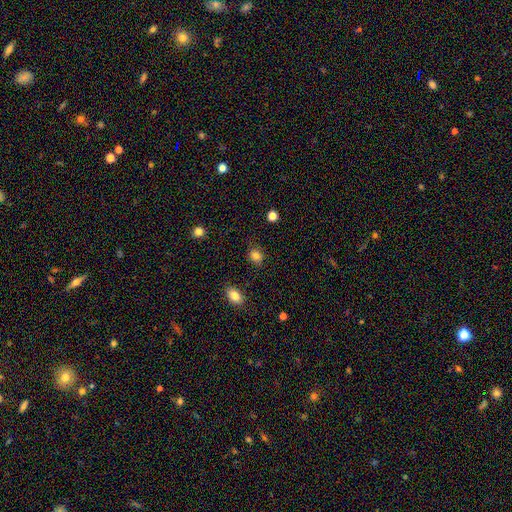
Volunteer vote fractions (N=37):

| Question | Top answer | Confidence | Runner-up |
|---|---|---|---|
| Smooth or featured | smooth | 95% | featured or disk (3%) |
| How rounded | in between | 51% | round (49%) |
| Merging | none | 83% | minor disturbance (11%) |